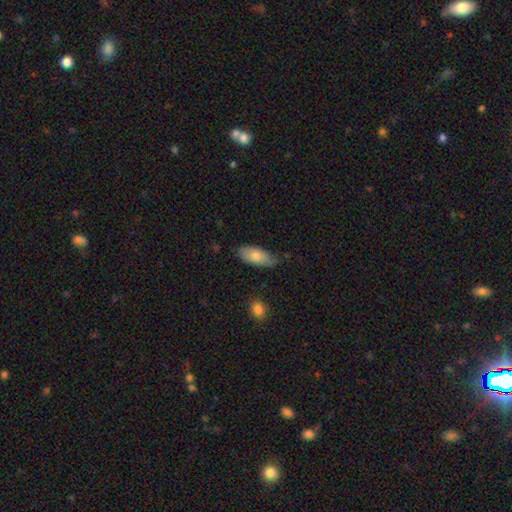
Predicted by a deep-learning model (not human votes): Smooth or featured? smooth (77%)
How rounded? in between (88%)
Merging? none (69%)